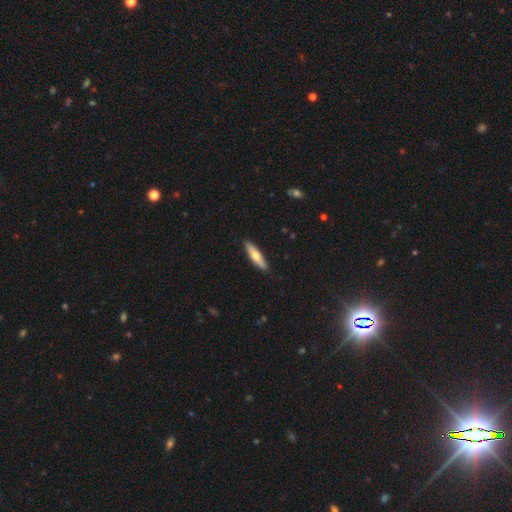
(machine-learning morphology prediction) This appears to be a smooth galaxy with no disk features (57%) that is cigar-shaped (75%). Merging: none (90%).